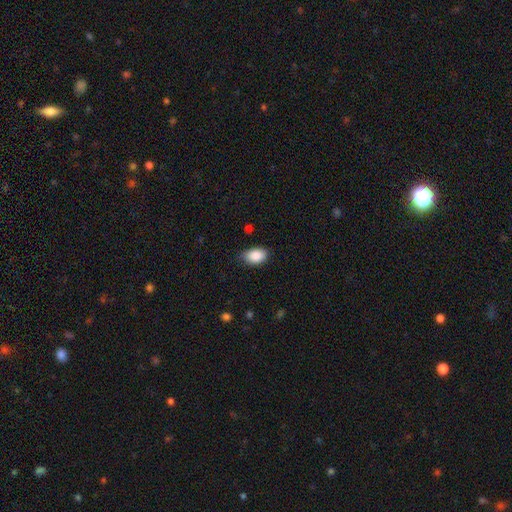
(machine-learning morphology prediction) Smooth or featured? Predicted: smooth (p=0.88). How rounded? Predicted: in between (p=0.88). Merging? Predicted: none (p=0.71).